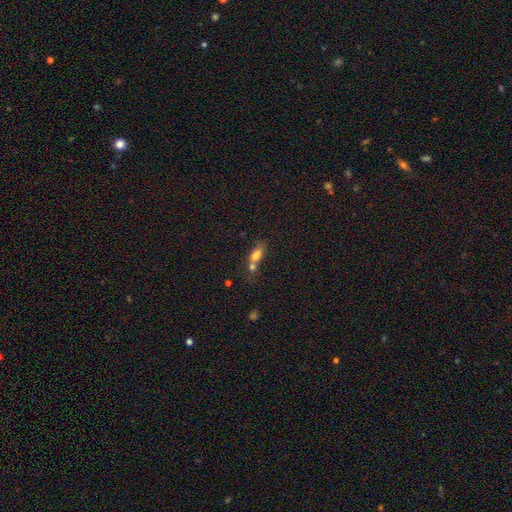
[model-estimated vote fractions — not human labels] The model was most divided on "merging": merger: 56%, none: 26%, minor disturbance: 10%, major disturbance: 7%. More confident: smooth or featured — smooth (71%); how rounded — in between (67%).